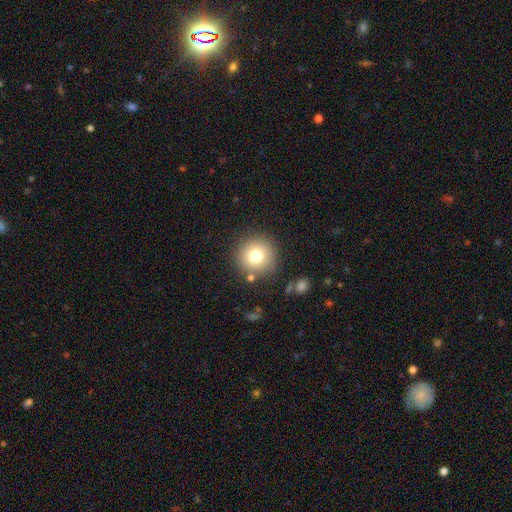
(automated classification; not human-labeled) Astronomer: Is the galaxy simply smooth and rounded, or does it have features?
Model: smooth — 75%.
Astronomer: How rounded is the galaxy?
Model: round — 95%.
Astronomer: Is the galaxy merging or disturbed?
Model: none — 86%.